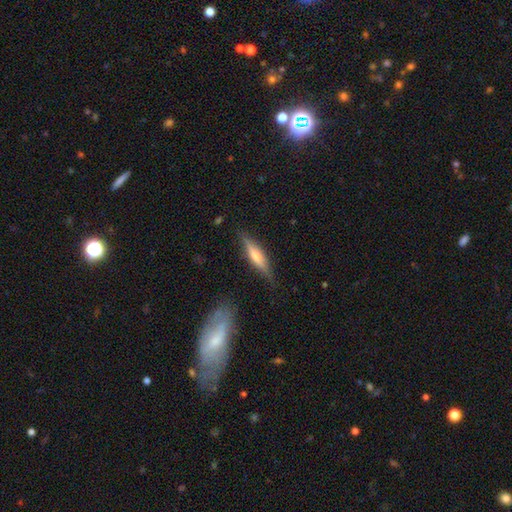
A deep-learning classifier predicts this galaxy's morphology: The model was most divided on "smooth or featured": featured or disk: 50%, smooth: 43%, star or artifact: 6%. More confident: edge-on disk — yes (93%); merging — none (81%).